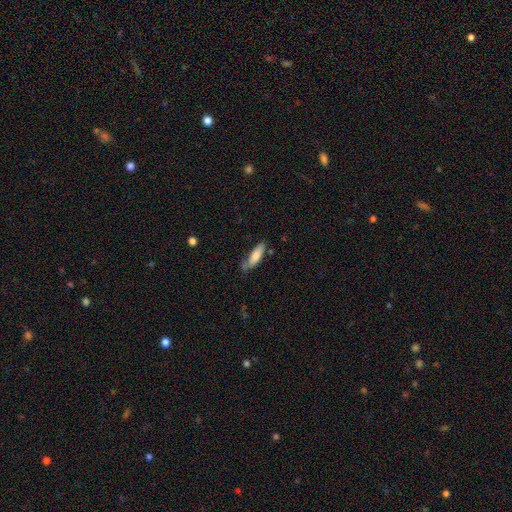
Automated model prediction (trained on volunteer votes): This is likely a smooth galaxy (77%). How rounded: possibly in between (53%). Merging: possibly none (59%).